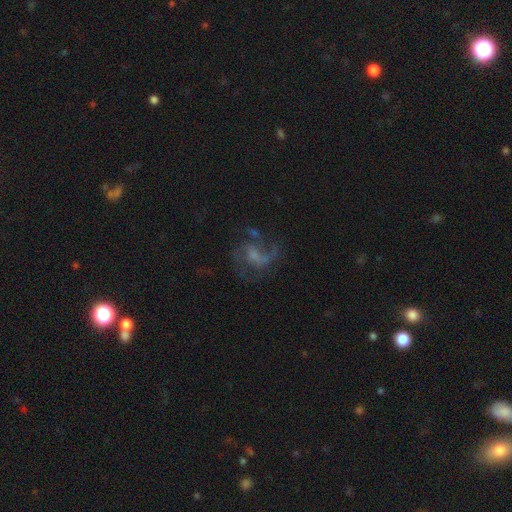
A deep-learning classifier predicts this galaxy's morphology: A featured or disk galaxy (75%) with no bar (47%), 2 (41%) loose (50%) spiral arms (87%) and no central bulge (36%).

Vote fractions:
- Smooth or featured? featured or disk: 75% / smooth: 14% / star or artifact: 12%
- Edge-on disk? no: 98% / yes: 2%
- Bar? no: 47% / weak: 44% / strong: 10%
- Spiral arms? yes: 87% / no: 13%
- Spiral winding? loose: 50% / medium: 40% / tight: 10%
- Spiral arm count? 2: 41% / 1: 21% / can't tell: 15% / 3: 15% / 4: 4% / more than 4: 4%
- Bulge size? none: 36% / small: 32% / moderate: 25% / large: 6% / dominant: 2%
- Merging? none: 49% / major disturbance: 31% / minor disturbance: 16% / merger: 5%